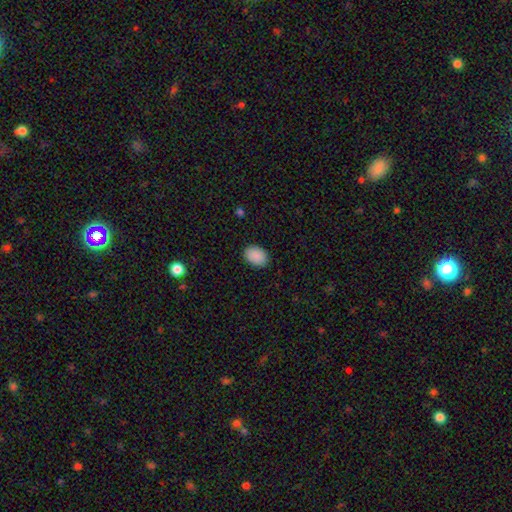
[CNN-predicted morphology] This appears to be a smooth galaxy with no disk features (90%) that is in between round and cigar-shaped (82%). Merging: none (89%).